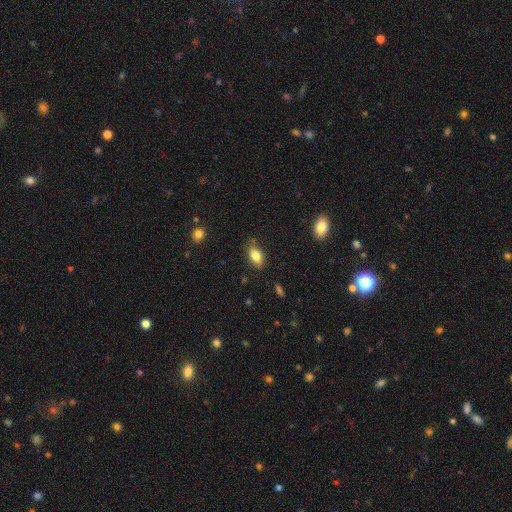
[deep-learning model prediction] Smooth or featured: smooth — 77% (featured or disk — 15%)
How rounded: in between — 86% (cigar-shaped — 9%)
Merging: none — 81% (minor disturbance — 14%)